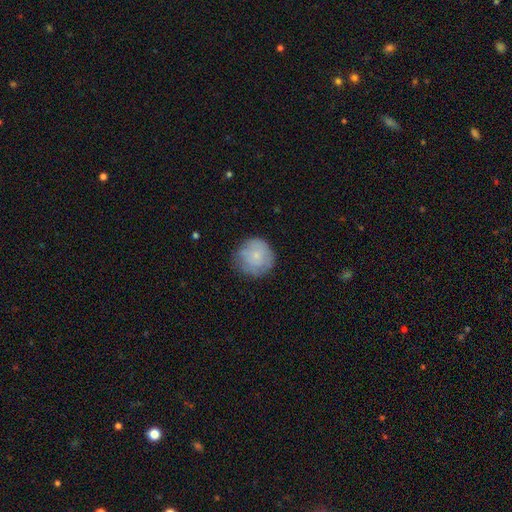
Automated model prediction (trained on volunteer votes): smooth 67%, featured or disk 25%, star or artifact 8%. Down the decision tree: how rounded — round (92%); merging — none (69%).